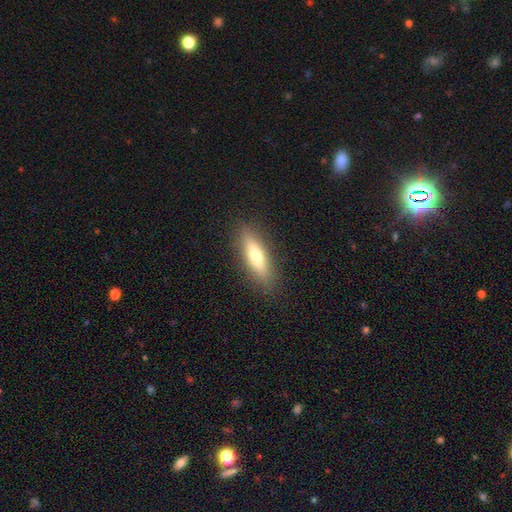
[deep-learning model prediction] A smooth galaxy with no disk features (62%) that is cigar-shaped (59%).

Vote fractions:
- Smooth or featured? smooth: 62% / featured or disk: 31% / star or artifact: 7%
- How rounded? cigar-shaped: 59% / in between: 38% / round: 2%
- Merging? none: 88% / minor disturbance: 8% / major disturbance: 2% / merger: 1%